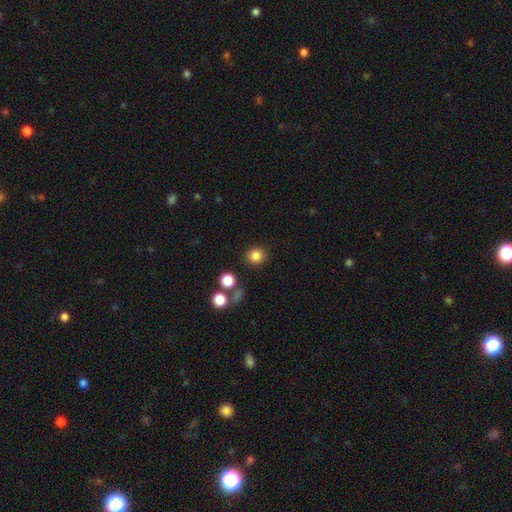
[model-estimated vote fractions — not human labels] The model was most divided on "smooth or featured": smooth: 84%, star or artifact: 12%, featured or disk: 5%. More confident: how rounded — round (92%); merging — none (87%).